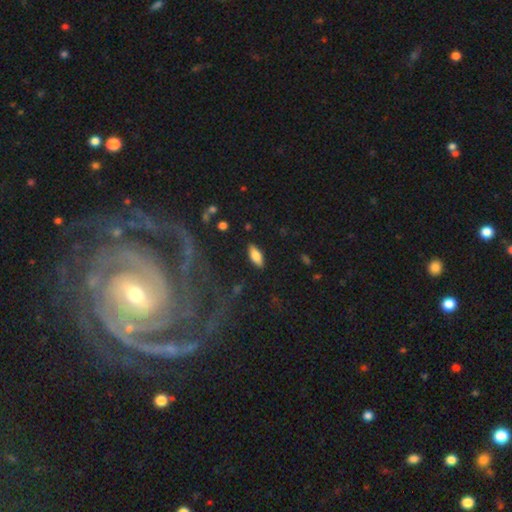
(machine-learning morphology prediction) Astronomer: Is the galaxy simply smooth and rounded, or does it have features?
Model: smooth — 77%.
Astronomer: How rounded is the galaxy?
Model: in between — 79%.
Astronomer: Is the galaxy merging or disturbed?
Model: none — 87%.